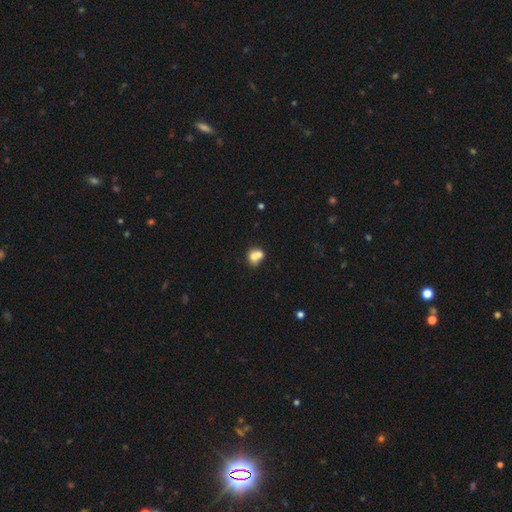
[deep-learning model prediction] Smooth or featured? smooth (72%)
How rounded? round (59%)
Merging? merger (58%)